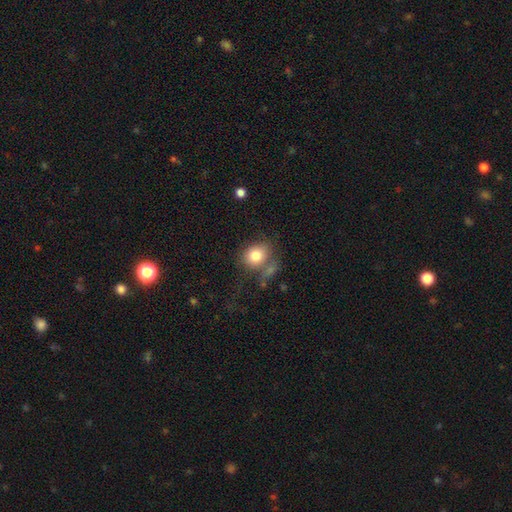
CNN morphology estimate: smooth 80%, featured or disk 11%, star or artifact 9%. Down the decision tree: how rounded — round (61%); merging — none (52%).